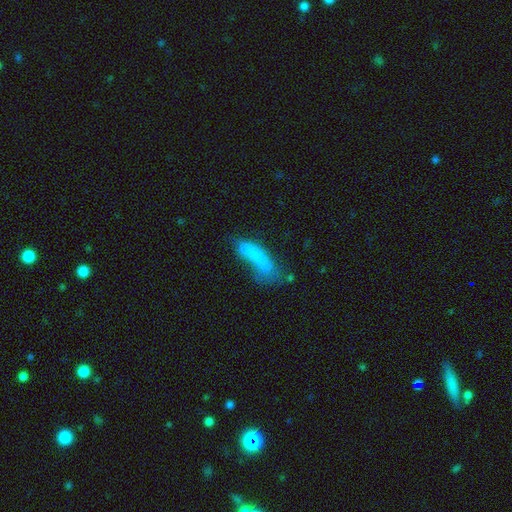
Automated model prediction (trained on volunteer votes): This is likely a smooth galaxy (66%). How rounded: likely cigar-shaped (66%). Merging: marginally none (31%).